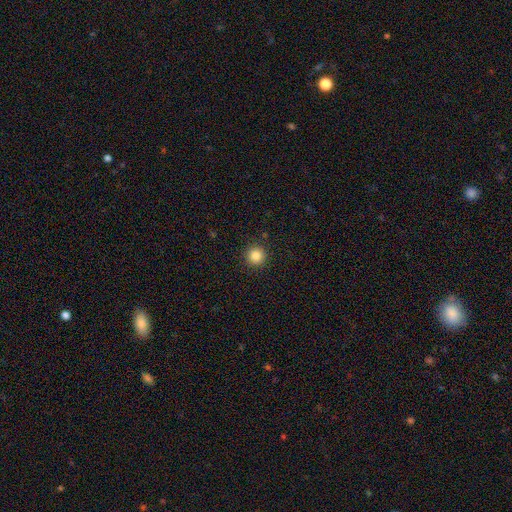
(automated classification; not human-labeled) This is clearly a smooth galaxy (85%). How rounded: clearly round (95%). Merging: clearly none (92%).